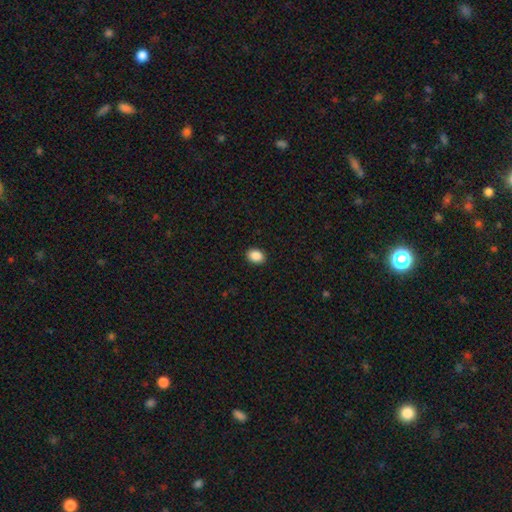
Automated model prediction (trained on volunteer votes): This is clearly a smooth galaxy (89%). How rounded: likely in between (70%). Merging: clearly none (91%).